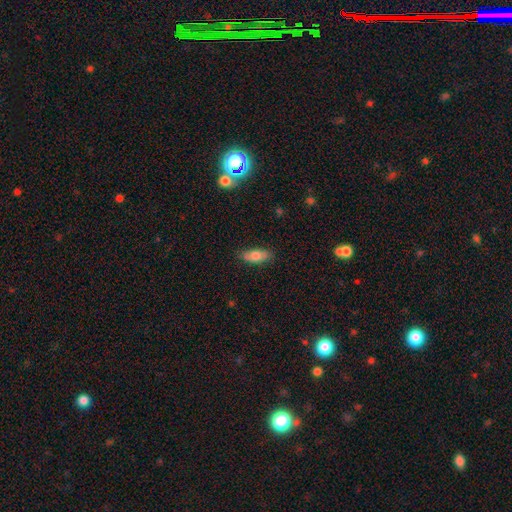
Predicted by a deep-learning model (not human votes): The model was most divided on "smooth or featured": smooth: 76%, featured or disk: 17%, star or artifact: 7%. More confident: merging — none (83%); how rounded — in between (80%).